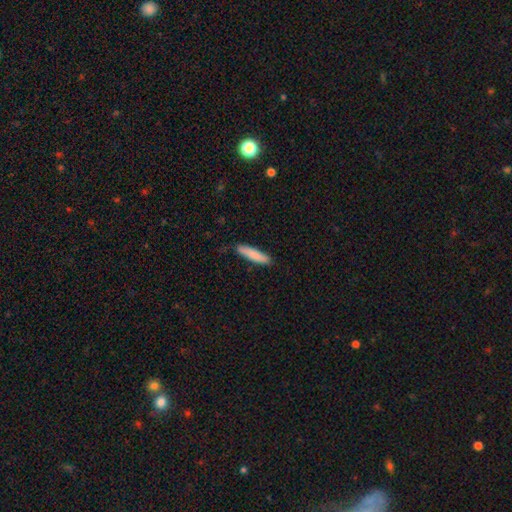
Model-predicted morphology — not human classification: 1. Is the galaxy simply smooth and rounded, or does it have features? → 84% smooth, 11% featured or disk, 6% star or artifact.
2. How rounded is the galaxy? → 83% cigar-shaped, 16% in between, 1% round.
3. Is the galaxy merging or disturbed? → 83% none, 14% minor disturbance, 2% major disturbance, 1% merger.